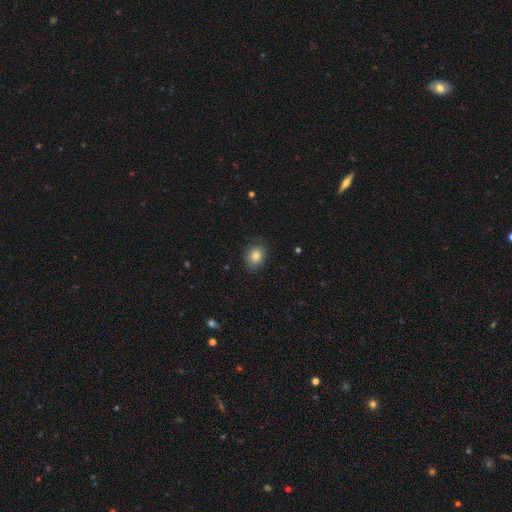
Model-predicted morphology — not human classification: Q: Smooth or featured?
A: smooth (83%); runner-up: star or artifact (9%)
Q: How rounded?
A: round (51%); runner-up: in between (48%)
Q: Merging?
A: none (79%); runner-up: minor disturbance (16%)